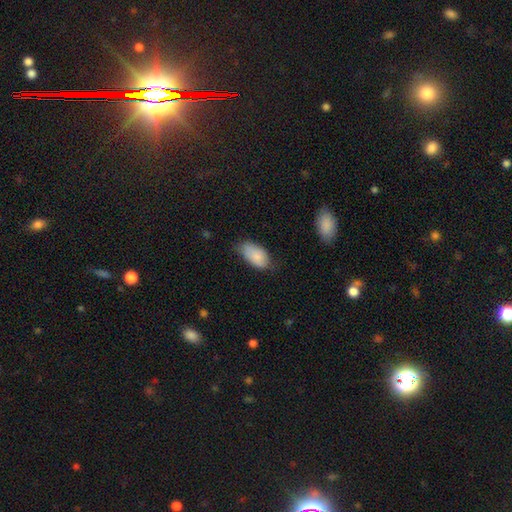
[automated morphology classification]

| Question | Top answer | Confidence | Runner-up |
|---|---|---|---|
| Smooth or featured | smooth | 85% | featured or disk (8%) |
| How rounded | in between | 94% | round (3%) |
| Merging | none | 58% | minor disturbance (34%) |